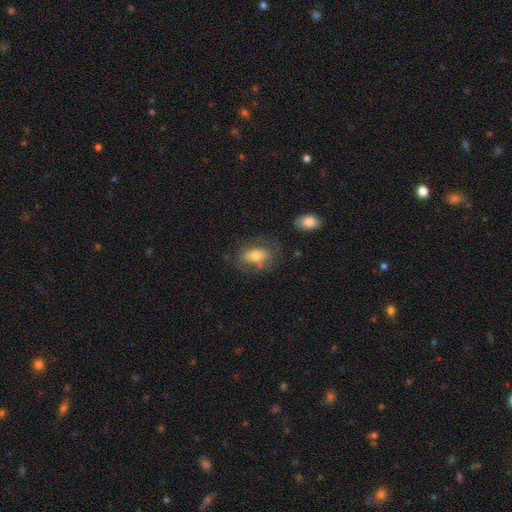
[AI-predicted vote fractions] Smooth or featured? Predicted: smooth (p=0.61). How rounded? Predicted: in between (p=0.85). Merging? Predicted: none (p=0.61).